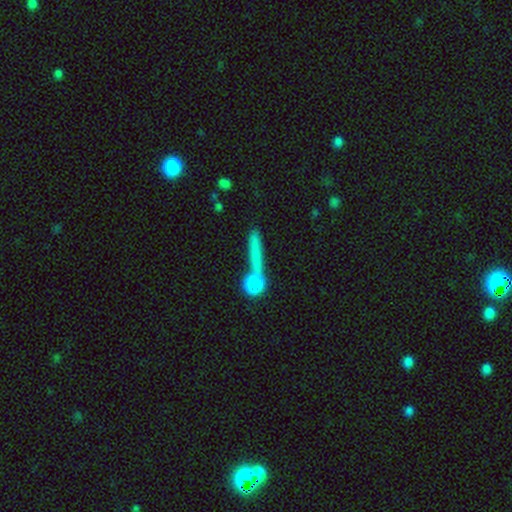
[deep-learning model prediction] smooth 64%, featured or disk 23%, star or artifact 13%. Down the decision tree: how rounded — cigar-shaped (72%); merging — none (65%).